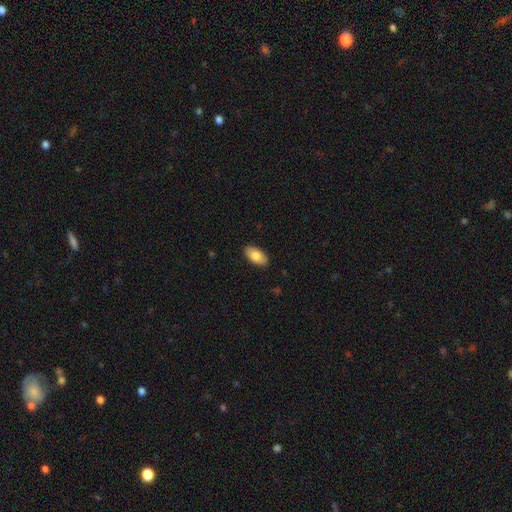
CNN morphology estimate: Smooth or featured? Predicted: smooth (p=0.82). How rounded? Predicted: in between (p=0.94). Merging? Predicted: none (p=0.89).